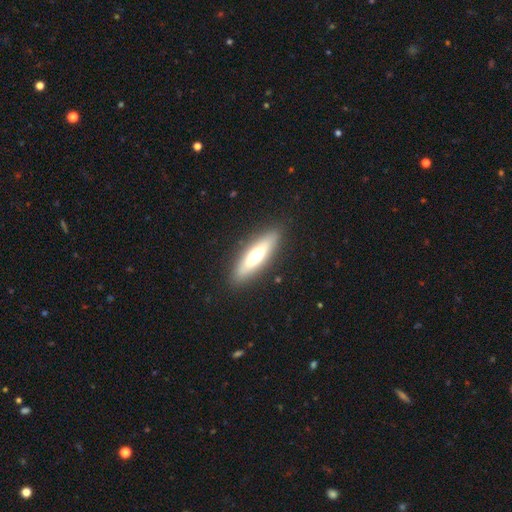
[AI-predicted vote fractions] smooth 55%, featured or disk 39%, star or artifact 6%. Down the decision tree: how rounded — cigar-shaped (66%); merging — none (89%).